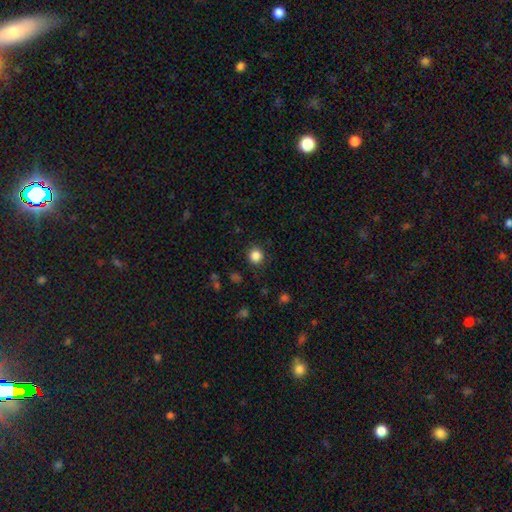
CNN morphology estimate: Smooth or featured?
  - smooth: 85% *
  - star or artifact: 11%
  - featured or disk: 4%
How rounded?
  - round: 93% *
  - in between: 6%
  - cigar-shaped: 1%
Merging?
  - none: 88% *
  - minor disturbance: 8%
  - major disturbance: 3%
  - merger: 1%